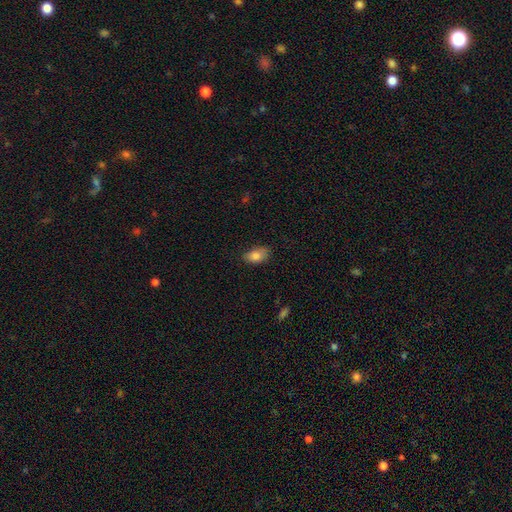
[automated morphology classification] smooth 84%, featured or disk 8%, star or artifact 8%. Down the decision tree: how rounded — in between (89%); merging — none (74%).